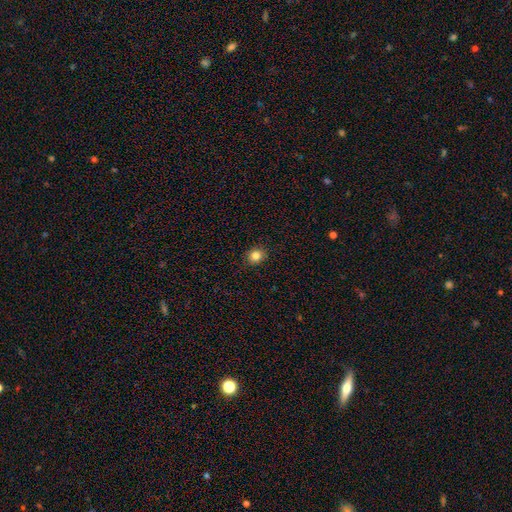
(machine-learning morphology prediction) A smooth galaxy with no disk features (84%) that is round (80%).

Vote fractions:
- Smooth or featured? smooth: 84% / star or artifact: 11% / featured or disk: 5%
- How rounded? round: 80% / in between: 19% / cigar-shaped: 1%
- Merging? none: 91% / minor disturbance: 7% / major disturbance: 2% / merger: 1%